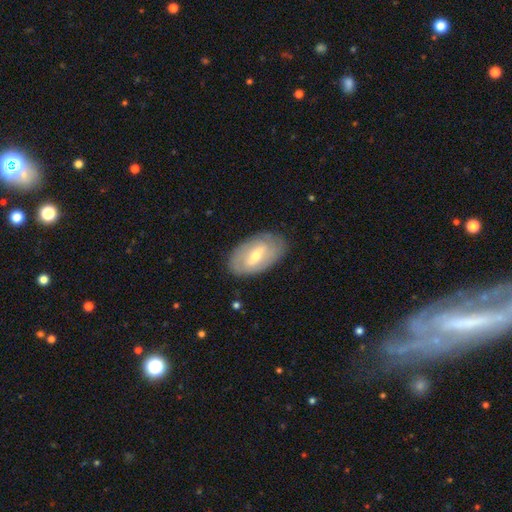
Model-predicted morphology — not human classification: A featured or disk galaxy (62%) with a weak bar (47%), spiral arms (54%) and a moderate central bulge (52%). Merging: none (81%).